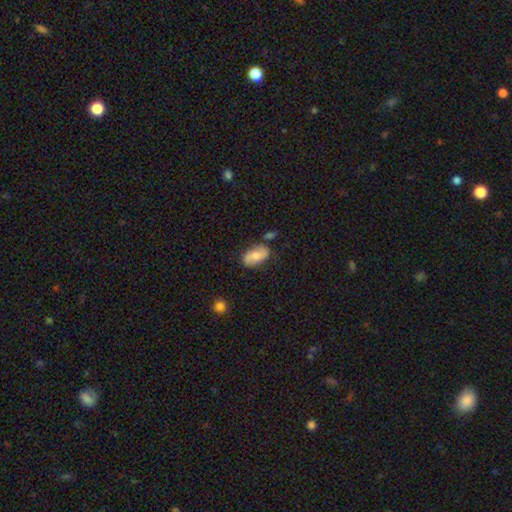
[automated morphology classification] Q: Smooth or featured?
A: smooth (63%); runner-up: featured or disk (30%)
Q: How rounded?
A: in between (93%); runner-up: round (5%)
Q: Merging?
A: none (69%); runner-up: minor disturbance (21%)